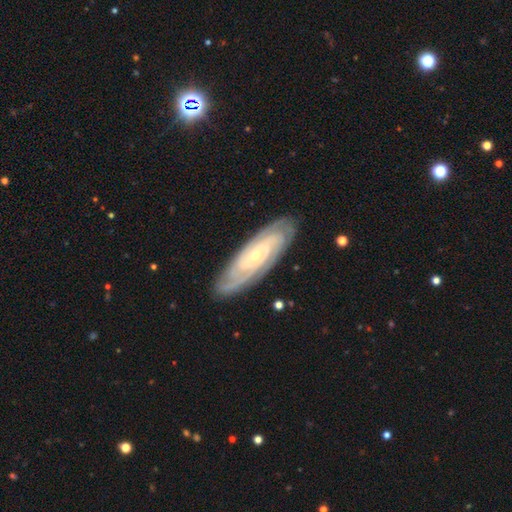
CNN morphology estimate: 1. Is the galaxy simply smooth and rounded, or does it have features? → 85% featured or disk, 9% smooth, 5% star or artifact.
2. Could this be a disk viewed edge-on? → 89% no, 11% yes.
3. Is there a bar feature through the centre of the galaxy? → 74% no, 19% weak, 7% strong.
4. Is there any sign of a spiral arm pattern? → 96% yes, 4% no.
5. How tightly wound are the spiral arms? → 79% tight, 18% medium, 3% loose.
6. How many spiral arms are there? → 31% can't tell, 20% 2, 19% 3, 17% 4, 7% more than 4, 5% 1.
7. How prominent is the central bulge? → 79% small, 18% moderate, 1% none, 1% large, 1% dominant.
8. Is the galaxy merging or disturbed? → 84% none, 12% minor disturbance, 3% major disturbance, 1% merger.